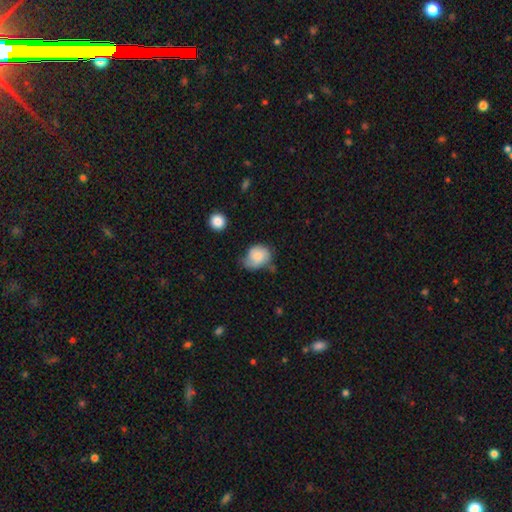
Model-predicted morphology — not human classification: Smooth or featured?
  - smooth: 69% *
  - featured or disk: 23%
  - star or artifact: 8%
How rounded?
  - in between: 50% *
  - round: 49%
  - cigar-shaped: 1%
Merging?
  - none: 41% * (tied)
  - minor disturbance: 41% * (tied)
  - major disturbance: 14%
  - merger: 4%